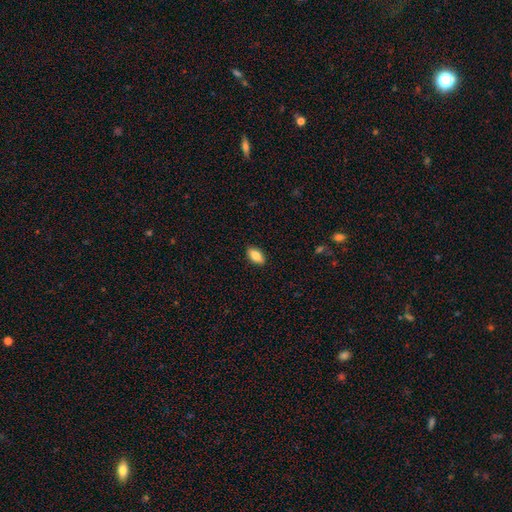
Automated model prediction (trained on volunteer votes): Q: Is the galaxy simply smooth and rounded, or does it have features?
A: smooth — 81%.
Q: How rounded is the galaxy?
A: in between — 90%.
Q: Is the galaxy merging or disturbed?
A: none — 89%.